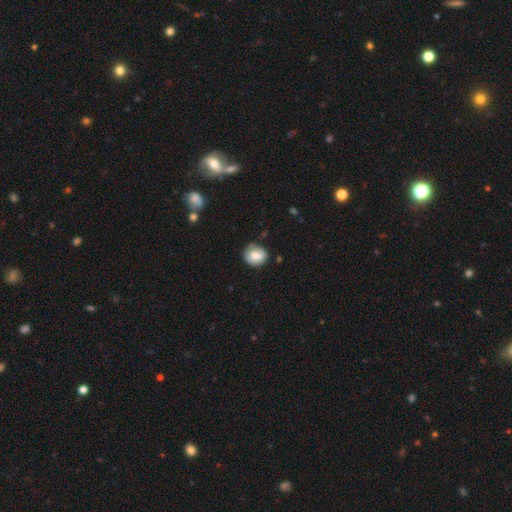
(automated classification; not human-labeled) Smooth or featured: smooth — 71% (featured or disk — 21%)
How rounded: round — 67% (in between — 32%)
Merging: none — 71% (minor disturbance — 21%)